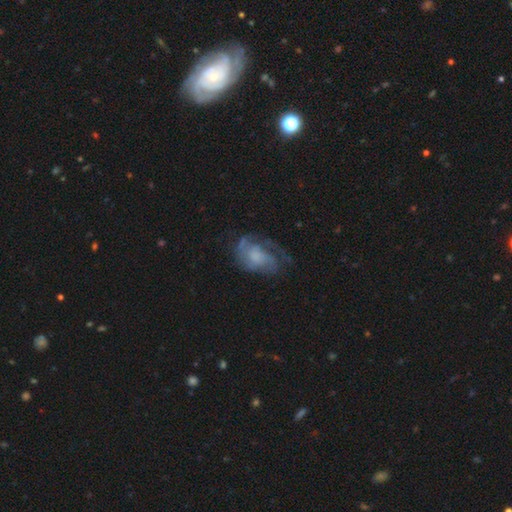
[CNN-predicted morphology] A featured or disk galaxy (69%) with no bar (74%), 2 (32%) medium (43%) spiral arms (83%) and no central bulge (29%). Merging: none (49%).